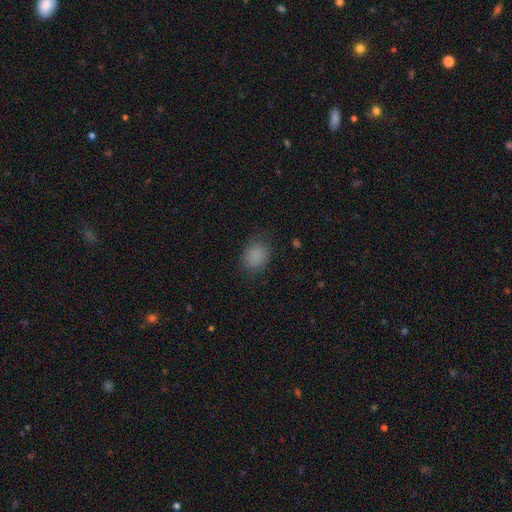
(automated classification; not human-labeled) A smooth galaxy with no disk features (85%) that is round (54%). Merging: none (80%).